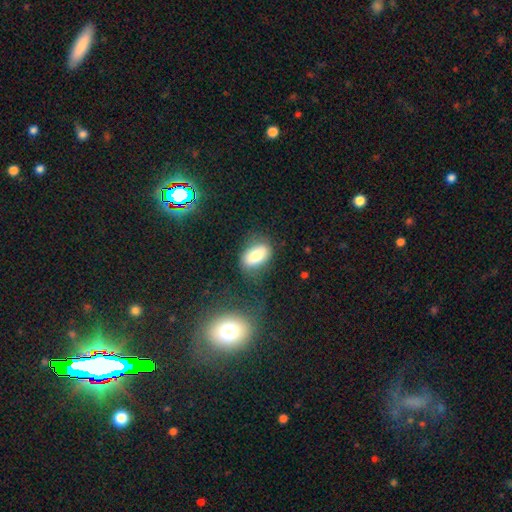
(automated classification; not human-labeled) A smooth galaxy with no disk features (77%) that is in between round and cigar-shaped (87%). Merging: none (73%).